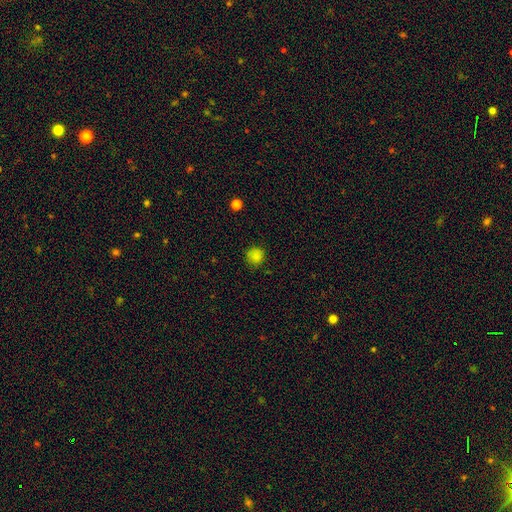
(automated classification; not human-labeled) smooth-or-featured: smooth: 83% | star or artifact: 13% | featured or disk: 4%
  how-rounded: round: 91% | in between: 8% | cigar-shaped: 1%
  merging: none: 83% | minor disturbance: 13% | major disturbance: 3% | merger: 1%